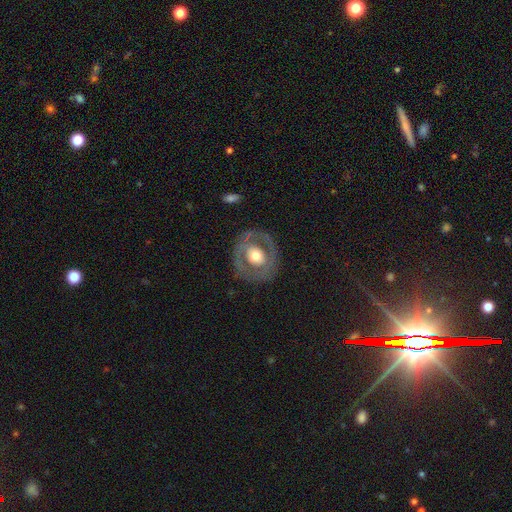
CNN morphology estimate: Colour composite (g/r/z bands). It shows a featured or disk galaxy (57%) with no bar (78%), no spiral arms (78%) and a moderate central bulge (57%). Merging: none (79%).